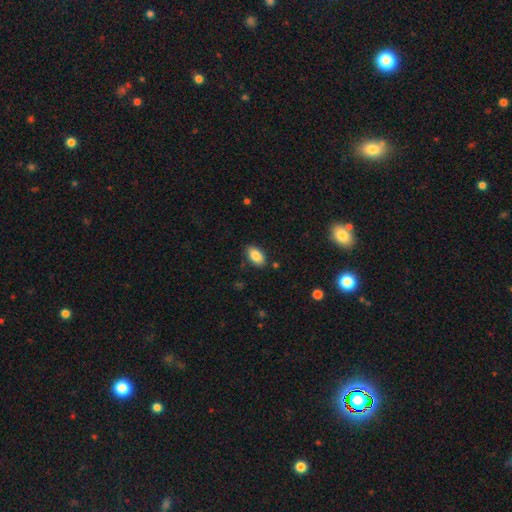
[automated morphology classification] Overall: smooth (85%). How rounded: in between (93%). Merging: none (86%).